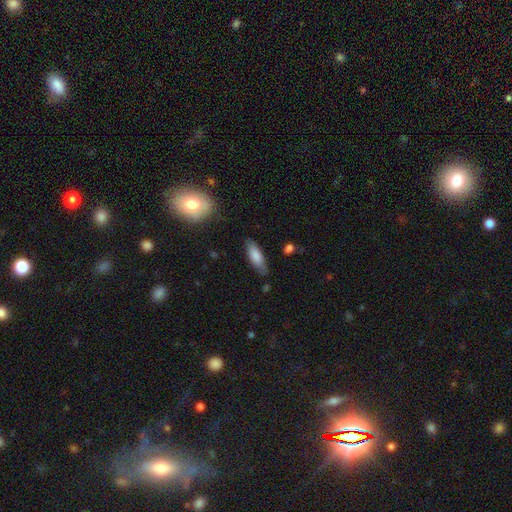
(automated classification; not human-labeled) A smooth galaxy with no disk features (79%) that is in between round and cigar-shaped (61%). Merging: none (77%).